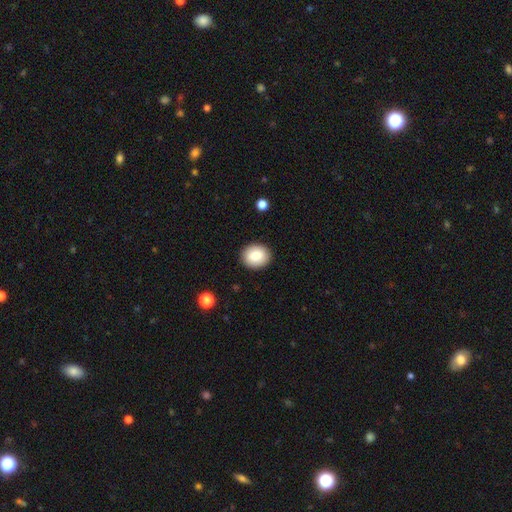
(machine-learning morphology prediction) A smooth galaxy with no disk features (86%) that is round (61%). Merging: none (89%).